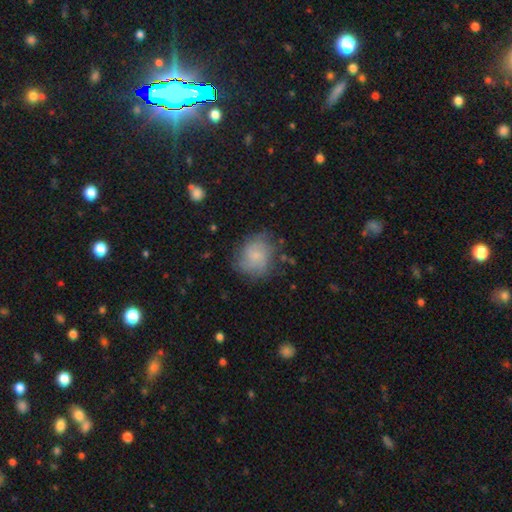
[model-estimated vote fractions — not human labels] Morphology: type=smooth (50%); merging=none (68%).